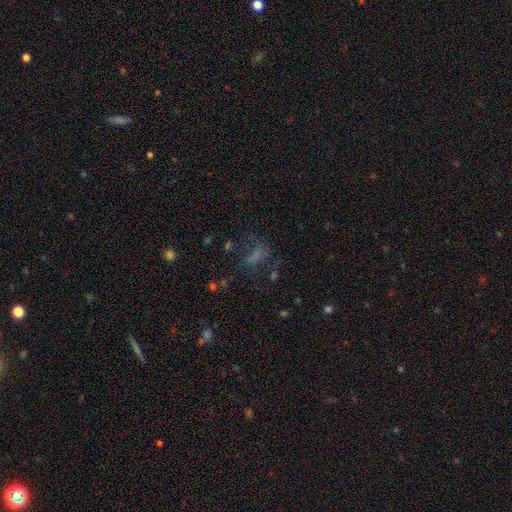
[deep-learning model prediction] Smooth or featured? Predicted: smooth (p=0.52). How rounded? Predicted: in between (p=0.74). Merging? Predicted: none (p=0.43).